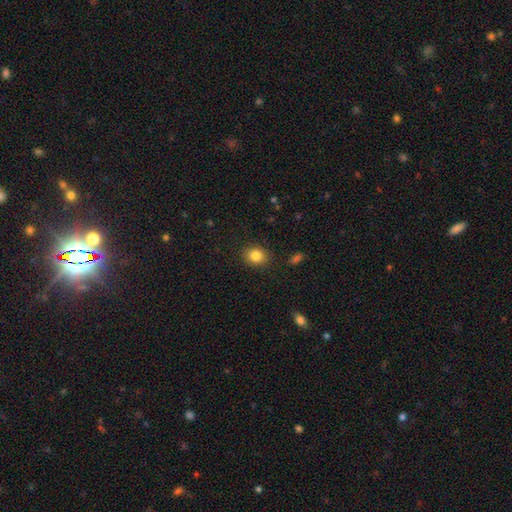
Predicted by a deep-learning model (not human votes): Smooth or featured: smooth — 84% (star or artifact — 10%)
How rounded: round — 59% (in between — 41%)
Merging: none — 88% (minor disturbance — 9%)